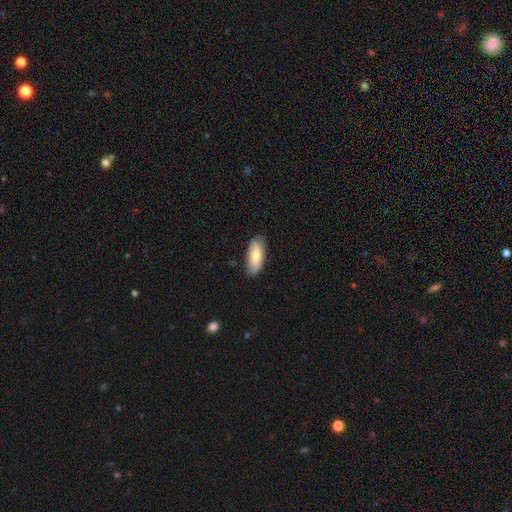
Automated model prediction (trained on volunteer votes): smooth_or_featured: smooth (p=0.75) [alt: featured or disk p=0.19]
how_rounded: in between (p=0.82) [alt: cigar-shaped p=0.16]
merging: none (p=0.84) [alt: minor disturbance p=0.13]